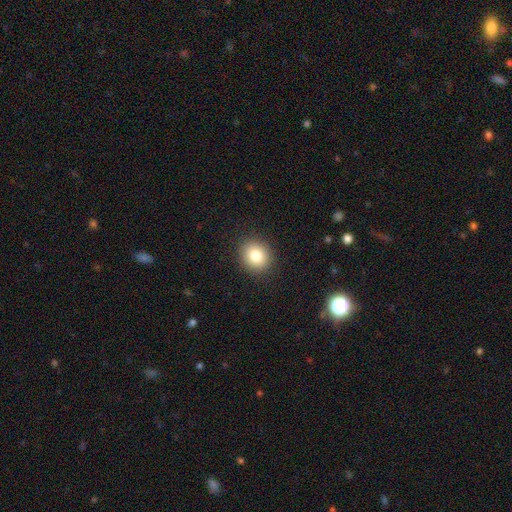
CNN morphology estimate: This appears to be a smooth galaxy with no disk features (82%) that is round (77%). Merging: none (90%).